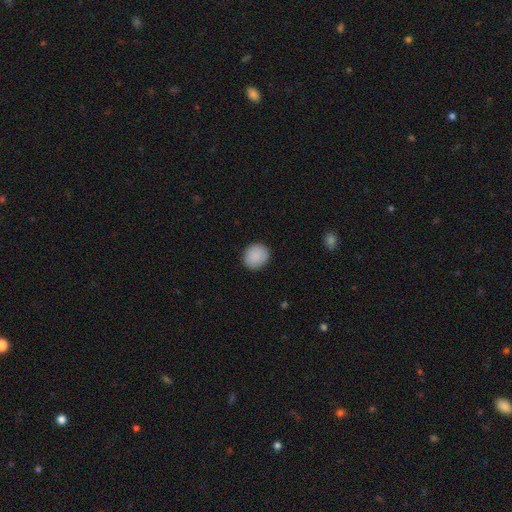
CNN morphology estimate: Smooth or featured? Predicted: smooth (p=0.90). How rounded? Predicted: round (p=0.83). Merging? Predicted: none (p=0.90).